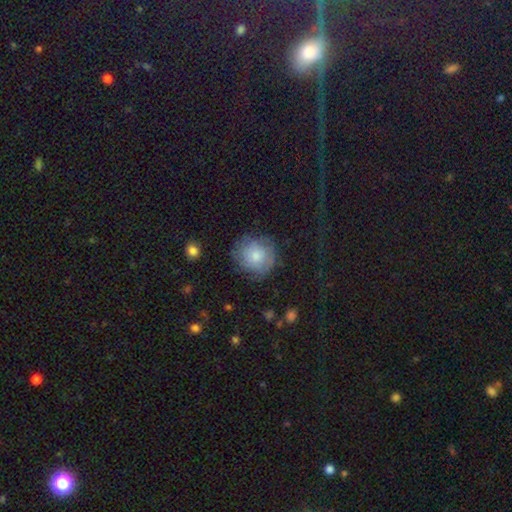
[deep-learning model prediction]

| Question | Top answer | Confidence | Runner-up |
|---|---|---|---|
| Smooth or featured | smooth | 70% | featured or disk (22%) |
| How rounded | round | 88% | in between (11%) |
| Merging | none | 70% | minor disturbance (20%) |